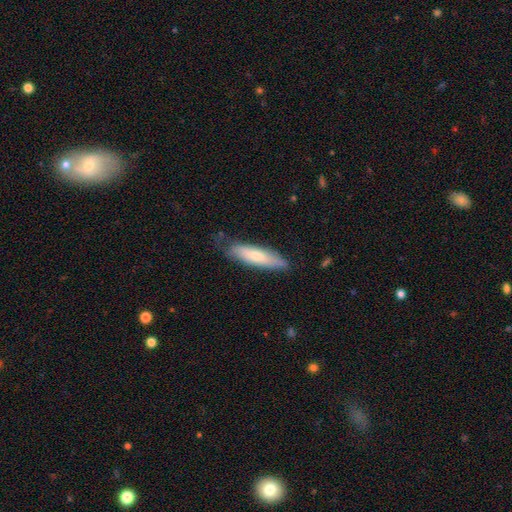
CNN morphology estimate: The model was most divided on "smooth or featured": smooth: 64%, featured or disk: 30%, star or artifact: 6%. More confident: how rounded — cigar-shaped (74%); merging — none (73%).